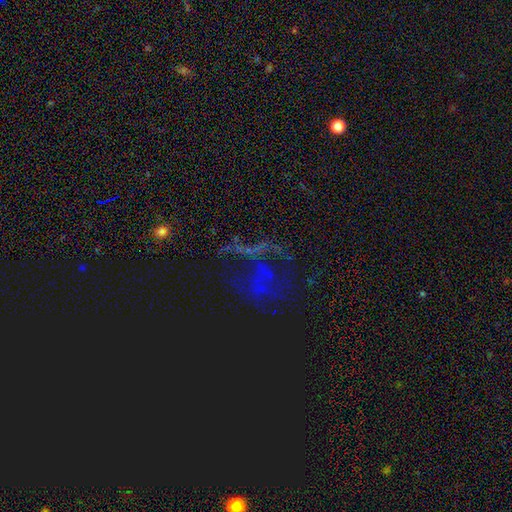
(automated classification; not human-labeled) Smooth or featured?
  - star or artifact: 55% *
  - featured or disk: 27%
  - smooth: 18%